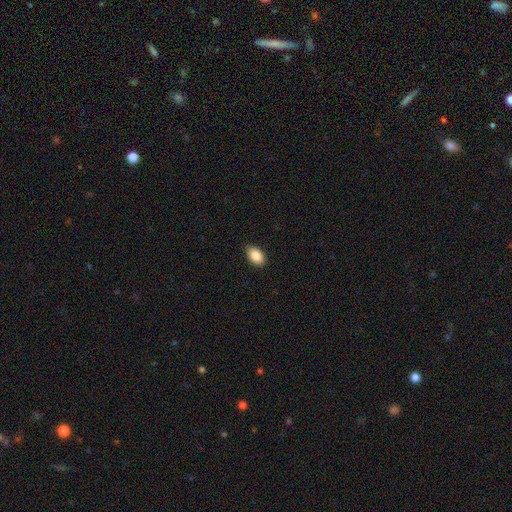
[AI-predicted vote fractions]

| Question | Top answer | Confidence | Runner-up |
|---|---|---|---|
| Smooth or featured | smooth | 88% | star or artifact (7%) |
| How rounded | in between | 91% | round (7%) |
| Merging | none | 85% | minor disturbance (12%) |